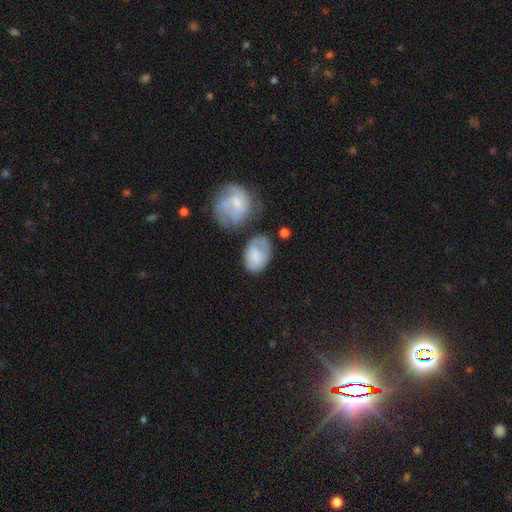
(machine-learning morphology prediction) Smooth or featured?
  - smooth: 70% *
  - featured or disk: 23%
  - star or artifact: 7%
How rounded?
  - in between: 84% *
  - round: 15%
  - cigar-shaped: 1%
Merging?
  - none: 44% *
  - minor disturbance: 28%
  - major disturbance: 15%
  - merger: 12%